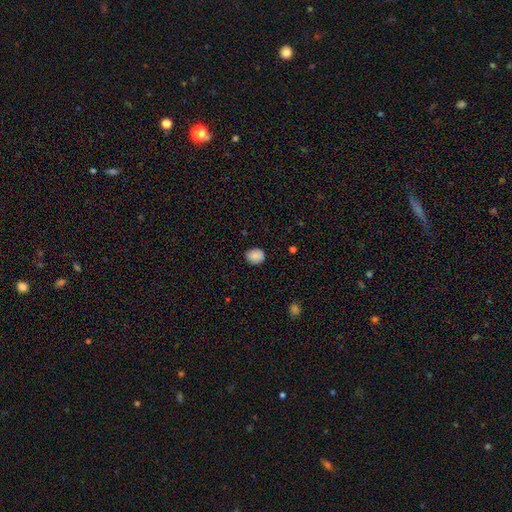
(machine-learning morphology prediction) A smooth galaxy with no disk features (85%) that is round (66%). Merging: none (81%).